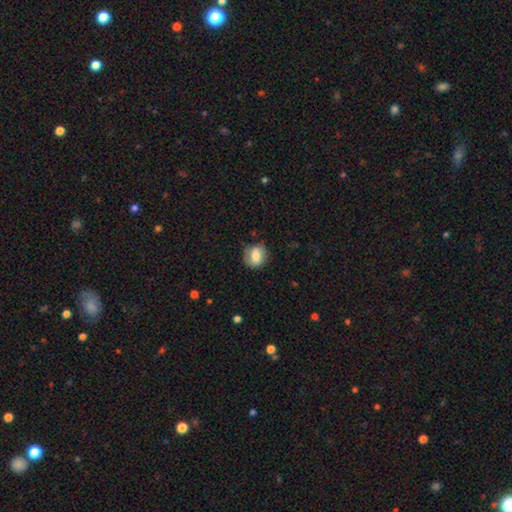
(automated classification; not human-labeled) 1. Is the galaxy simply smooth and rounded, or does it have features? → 78% smooth, 14% featured or disk, 8% star or artifact.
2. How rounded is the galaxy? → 62% round, 37% in between, 1% cigar-shaped.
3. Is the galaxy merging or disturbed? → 74% none, 19% minor disturbance, 5% major disturbance, 2% merger.